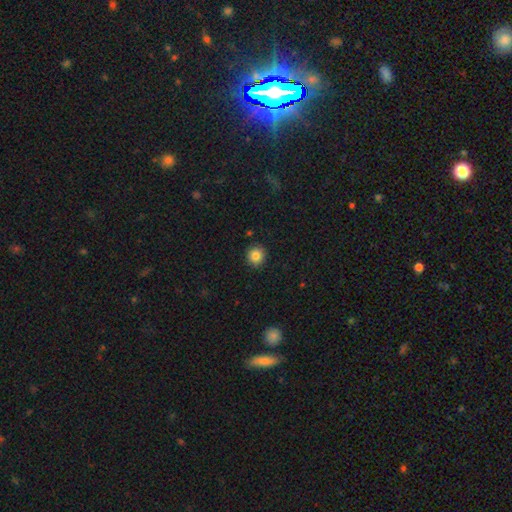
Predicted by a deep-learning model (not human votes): Overall: smooth (84%). How rounded: round (92%). Merging: none (91%).